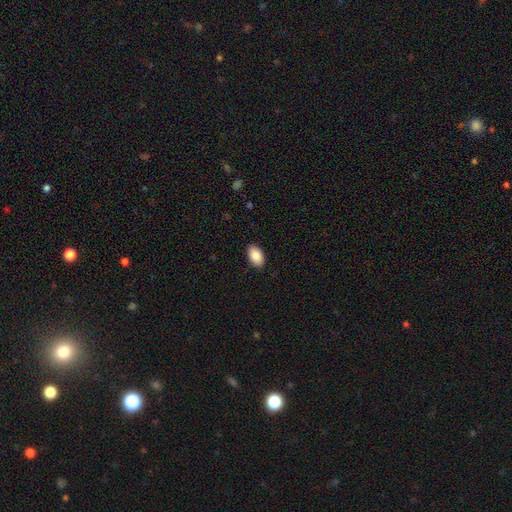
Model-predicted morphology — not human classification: smooth-or-featured: smooth: 88% | star or artifact: 7% | featured or disk: 5%
  how-rounded: in between: 93% | round: 6% | cigar-shaped: 1%
  merging: none: 89% | minor disturbance: 8% | major disturbance: 2% | merger: 1%